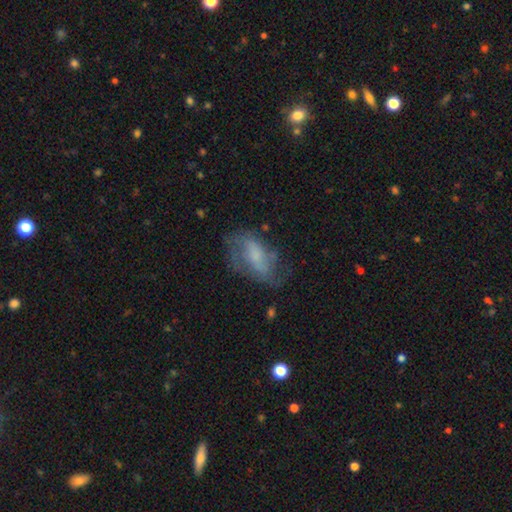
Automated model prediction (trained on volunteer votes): Smooth or featured: featured or disk — 54% (smooth — 37%)
Edge-on disk: no — 94% (yes — 6%)
Bar: no — 53% (weak — 36%)
Spiral arms: yes — 69% (no — 31%)
Bulge size: small — 33% (none — 32%)
Merging: none — 52% (minor disturbance — 25%)